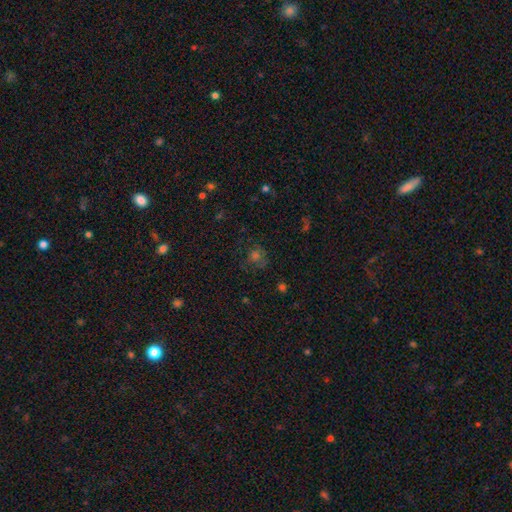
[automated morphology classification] Q: Smooth or featured?
A: smooth (45%); runner-up: star or artifact (36%)
Q: Merging?
A: none (66%); runner-up: minor disturbance (17%)